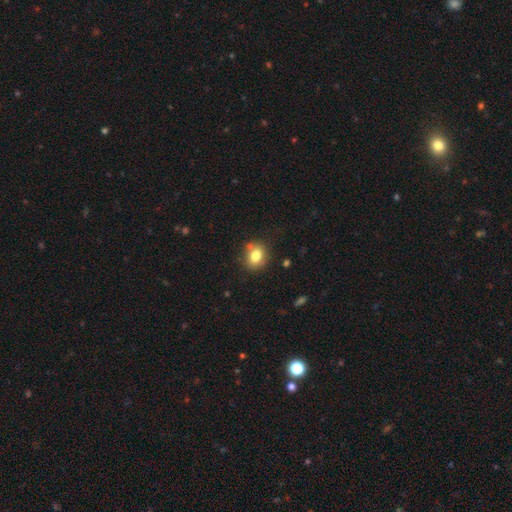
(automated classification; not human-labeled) Smooth or featured? smooth (80%)
How rounded? round (52%)
Merging? none (73%)